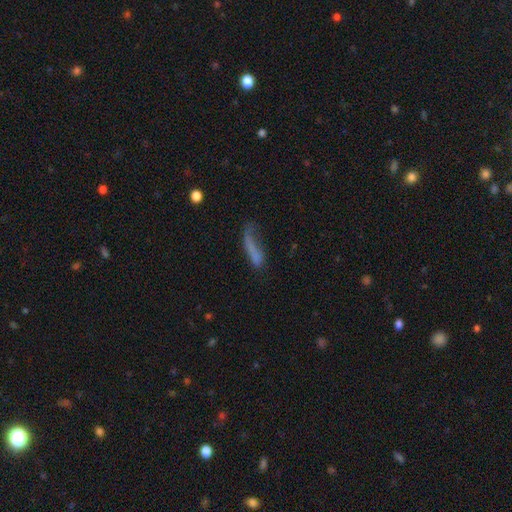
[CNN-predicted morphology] Smooth or featured?
  - smooth: 60% *
  - featured or disk: 28%
  - star or artifact: 13%
How rounded?
  - cigar-shaped: 72% *
  - in between: 25%
  - round: 3%
Merging?
  - none: 36% *
  - major disturbance: 31%
  - minor disturbance: 26%
  - merger: 7%